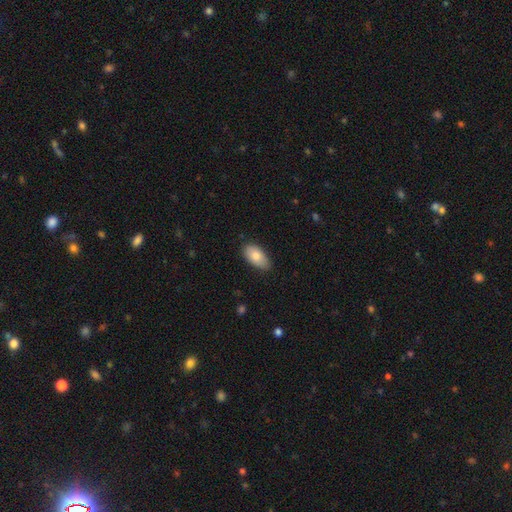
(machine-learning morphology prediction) The model was most divided on "merging": none: 78%, minor disturbance: 19%, major disturbance: 3%, merger: 1%. More confident: how rounded — in between (94%); smooth or featured — smooth (83%).